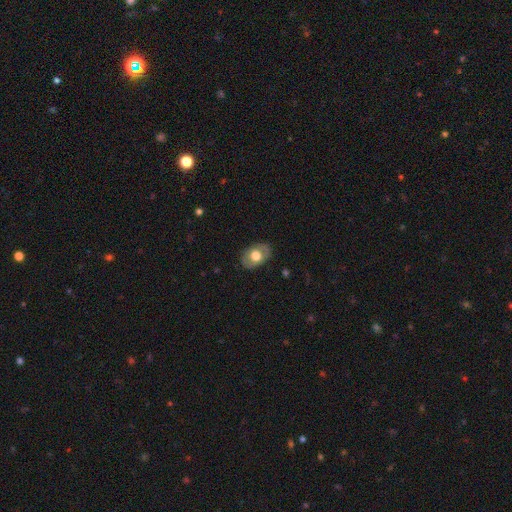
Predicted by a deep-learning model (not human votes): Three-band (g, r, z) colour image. It shows a smooth galaxy with no disk features (58%) that is in between round and cigar-shaped (79%). Merging: none (82%).